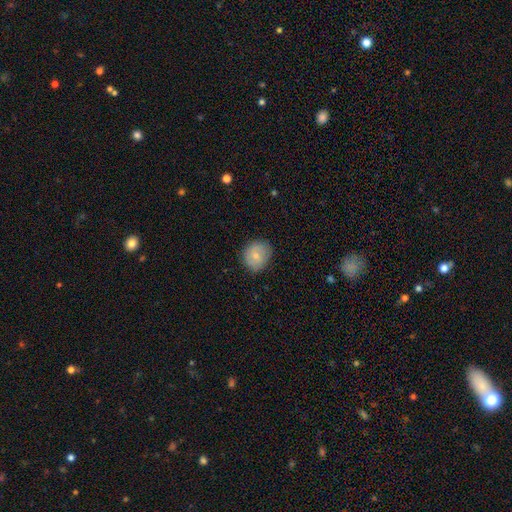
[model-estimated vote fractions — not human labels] Smooth or featured? smooth (75%)
How rounded? round (74%)
Merging? none (79%)